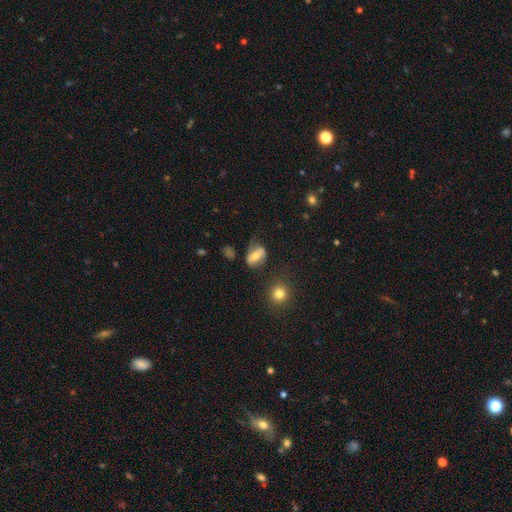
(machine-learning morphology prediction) This appears to be a featured or disk galaxy (50%). Merging: none (49%).